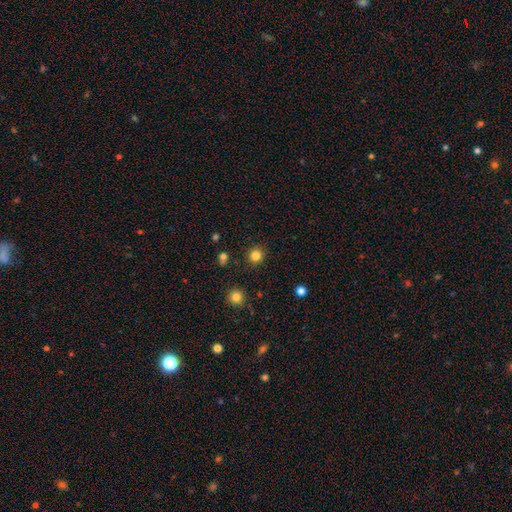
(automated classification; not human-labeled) smooth_or_featured: smooth (p=0.82) [alt: star or artifact p=0.13]
how_rounded: round (p=0.92) [alt: in between p=0.07]
merging: none (p=0.90) [alt: minor disturbance p=0.06]